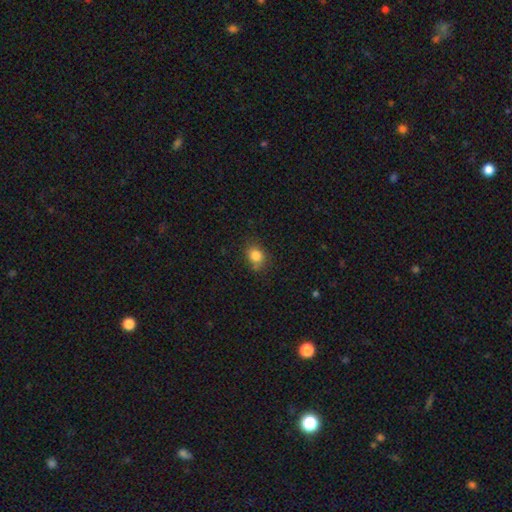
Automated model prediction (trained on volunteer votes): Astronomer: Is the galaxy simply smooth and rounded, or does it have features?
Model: smooth — 84%.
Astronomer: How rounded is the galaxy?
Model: round — 54% (runner-up: in between, 45%).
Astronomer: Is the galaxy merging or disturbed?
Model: none — 72%.